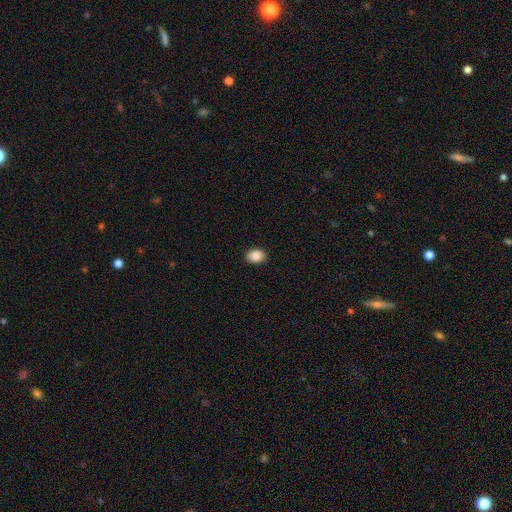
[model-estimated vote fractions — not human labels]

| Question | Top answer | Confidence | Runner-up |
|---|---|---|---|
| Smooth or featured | smooth | 89% | star or artifact (8%) |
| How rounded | in between | 69% | round (30%) |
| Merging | none | 90% | minor disturbance (7%) |